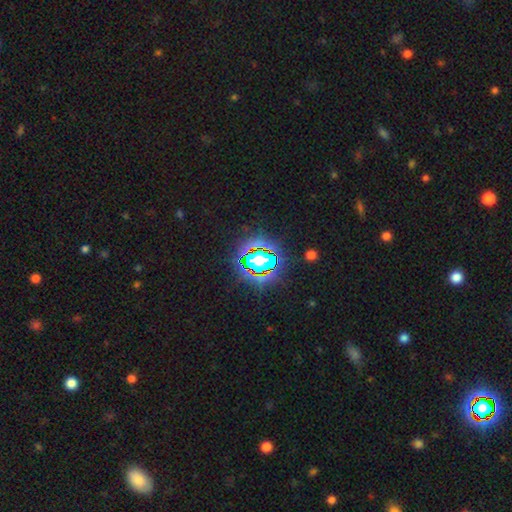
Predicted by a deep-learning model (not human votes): A star or artifact, not a galaxy (76%).

Vote fractions:
- Smooth or featured? star or artifact: 76% / smooth: 15% / featured or disk: 10%